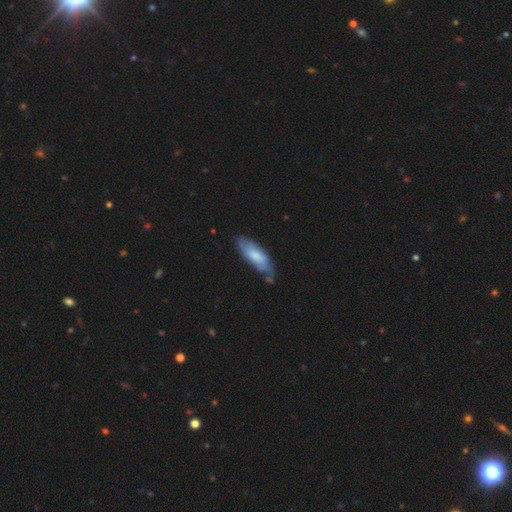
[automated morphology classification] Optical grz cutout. It shows a smooth galaxy with no disk features (67%) that is in between round and cigar-shaped (56%). Merging: none (59%).